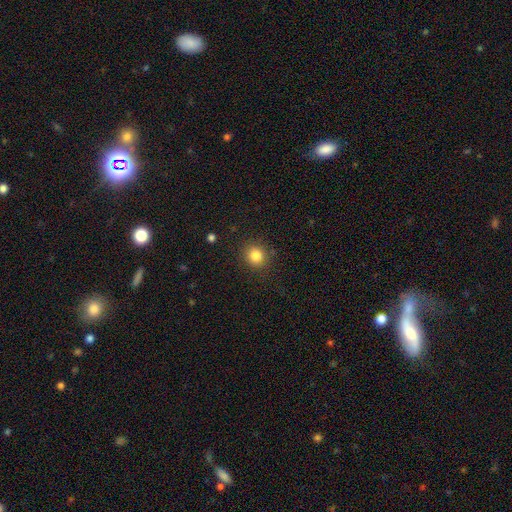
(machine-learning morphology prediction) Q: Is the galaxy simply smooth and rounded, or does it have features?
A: smooth — 84%.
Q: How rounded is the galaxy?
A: round — 87%.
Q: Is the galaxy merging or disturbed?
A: none — 88%.